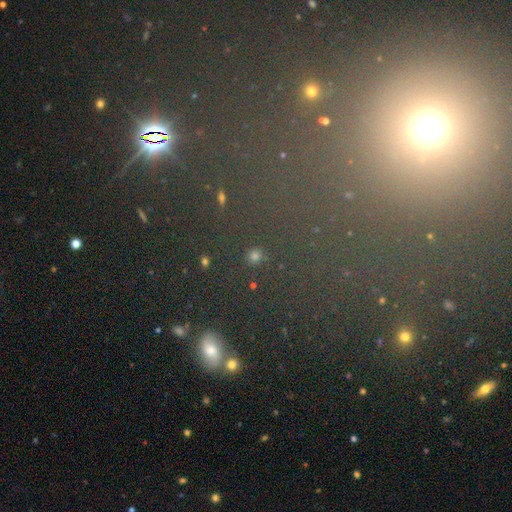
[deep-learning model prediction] smooth 57%, star or artifact 34%, featured or disk 9%. Down the decision tree: how rounded — round (76%); merging — none (83%).